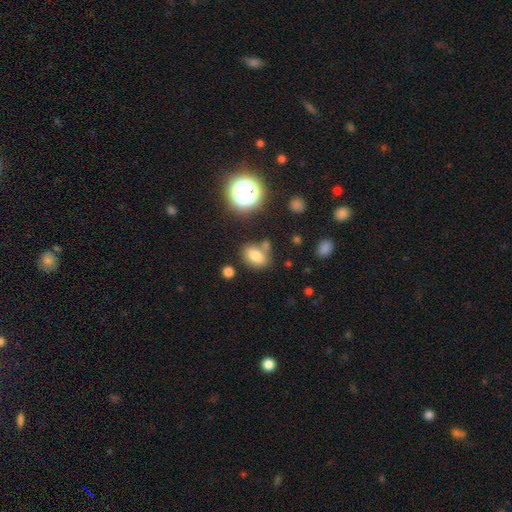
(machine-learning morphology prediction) The model was most divided on "how rounded": in between: 73%, round: 26%, cigar-shaped: 2%. More confident: smooth or featured — smooth (77%); merging — none (67%).